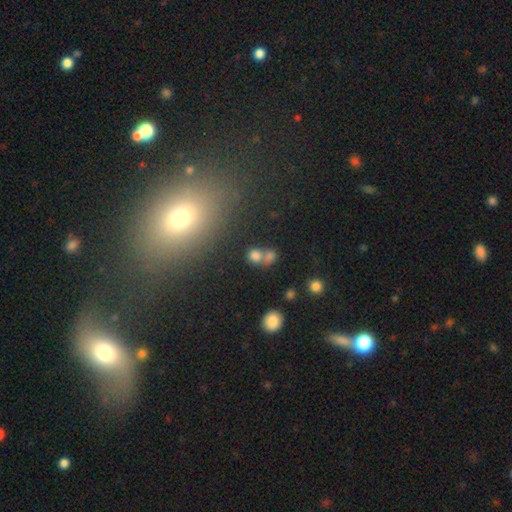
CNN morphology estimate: Q: Smooth or featured?
A: smooth (72%); runner-up: star or artifact (17%)
Q: How rounded?
A: round (71%); runner-up: in between (27%)
Q: Merging?
A: merger (51%); runner-up: none (37%)